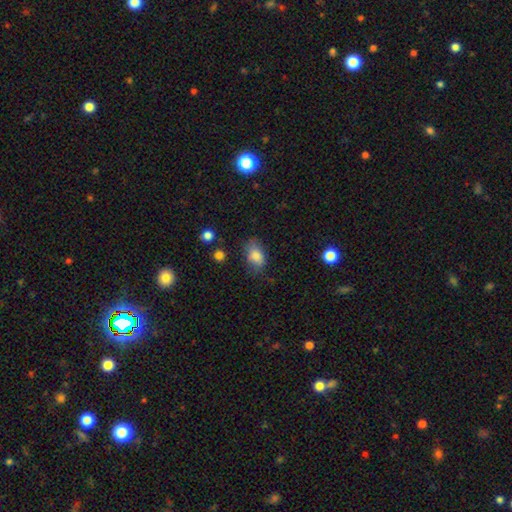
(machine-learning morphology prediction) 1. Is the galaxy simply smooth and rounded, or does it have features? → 81% smooth, 10% featured or disk, 9% star or artifact.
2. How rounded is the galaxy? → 85% in between, 13% round, 2% cigar-shaped.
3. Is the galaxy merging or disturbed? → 64% none, 26% minor disturbance, 8% major disturbance, 3% merger.